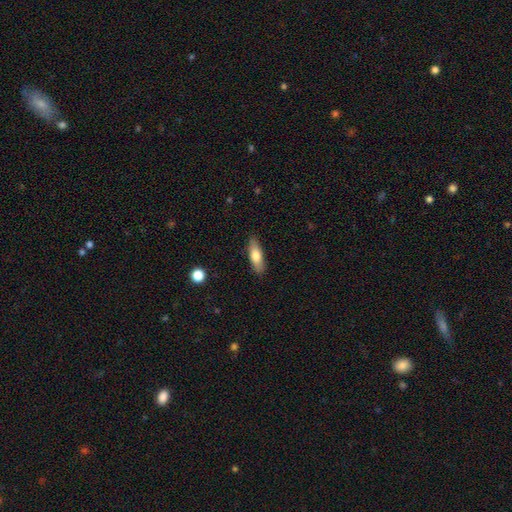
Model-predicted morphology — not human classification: Smooth or featured? smooth (72%)
How rounded? in between (53%)
Merging? none (86%)